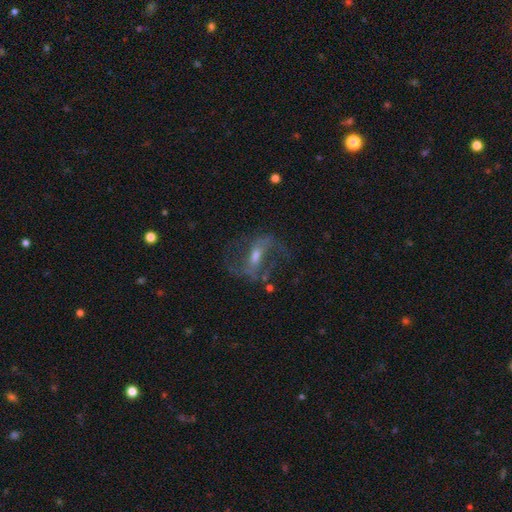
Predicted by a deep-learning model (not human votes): This is likely a featured or disk galaxy (78%). It is clearly not viewed edge-on (93%). Bar: marginally weak (44%). Spiral arm pattern: clearly yes (86%). Spiral arm count: clearly 2 (83%). Spiral winding: possibly loose (54%). Central bulge: possibly moderate (51%). Merging: likely none (60%).